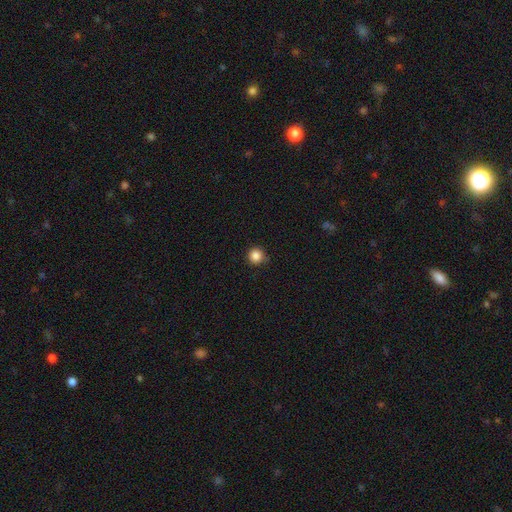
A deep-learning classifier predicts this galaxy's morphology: smooth 86%, star or artifact 11%, featured or disk 3%. Down the decision tree: how rounded — round (96%); merging — none (88%).